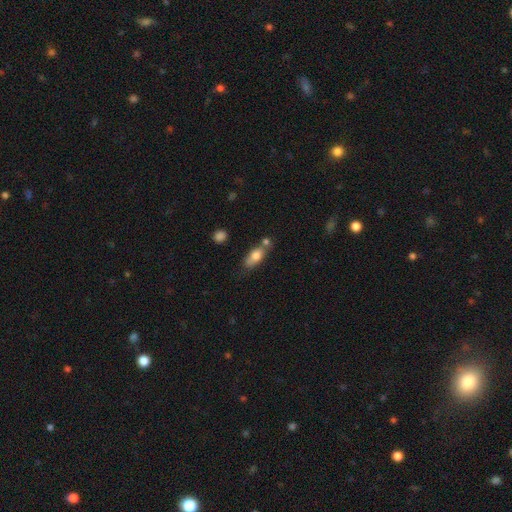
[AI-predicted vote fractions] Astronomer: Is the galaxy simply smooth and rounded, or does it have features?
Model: smooth — 75%.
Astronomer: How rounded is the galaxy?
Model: in between — 76%.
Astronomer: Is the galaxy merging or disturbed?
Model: none — 53%.